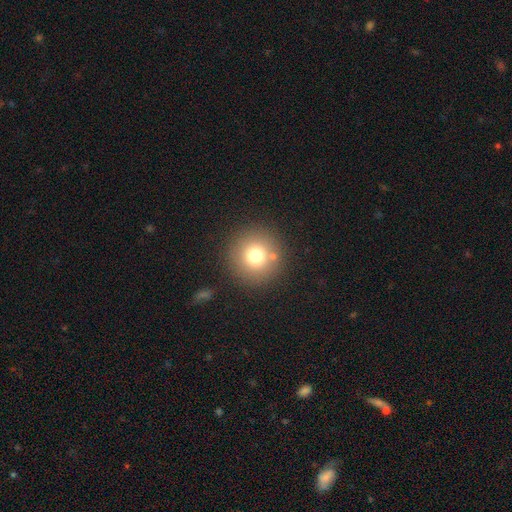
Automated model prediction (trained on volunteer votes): This appears to be a smooth galaxy with no disk features (74%) that is round (95%). Merging: none (85%).